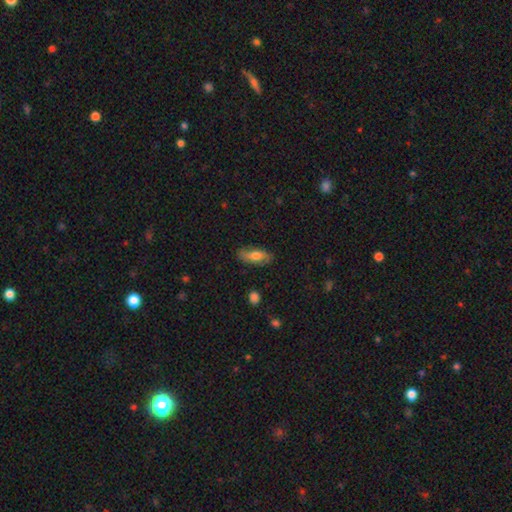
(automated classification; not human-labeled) Smooth or featured? smooth (66%)
How rounded? in between (74%)
Merging? none (80%)